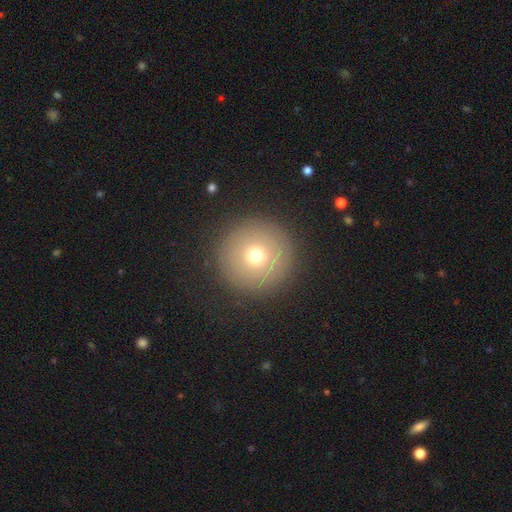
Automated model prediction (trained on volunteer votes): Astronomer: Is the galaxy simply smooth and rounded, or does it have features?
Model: smooth — 67%.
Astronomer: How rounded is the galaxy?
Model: round — 96%.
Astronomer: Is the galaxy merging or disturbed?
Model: none — 89%.